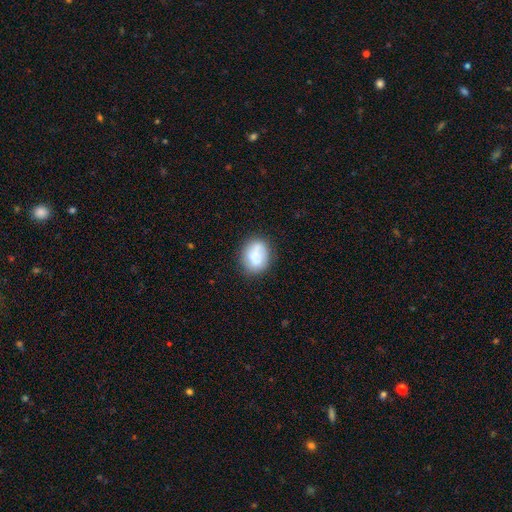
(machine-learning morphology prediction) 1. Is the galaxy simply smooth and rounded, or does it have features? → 70% smooth, 21% featured or disk, 8% star or artifact.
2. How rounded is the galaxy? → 57% in between, 42% round, 1% cigar-shaped.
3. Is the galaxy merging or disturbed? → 69% none, 20% minor disturbance, 7% major disturbance, 5% merger.